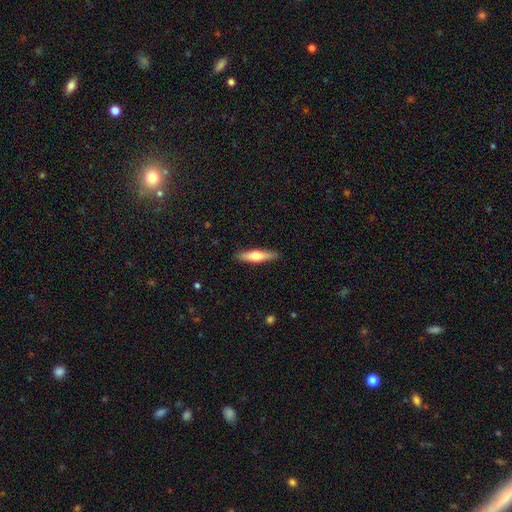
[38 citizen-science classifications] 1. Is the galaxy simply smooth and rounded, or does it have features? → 55% smooth, 39% featured or disk, 5% star or artifact.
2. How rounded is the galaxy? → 71% cigar-shaped, 24% in between, 5% round.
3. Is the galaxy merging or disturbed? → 94% none, 3% minor disturbance, 3% merger, 0% major disturbance.